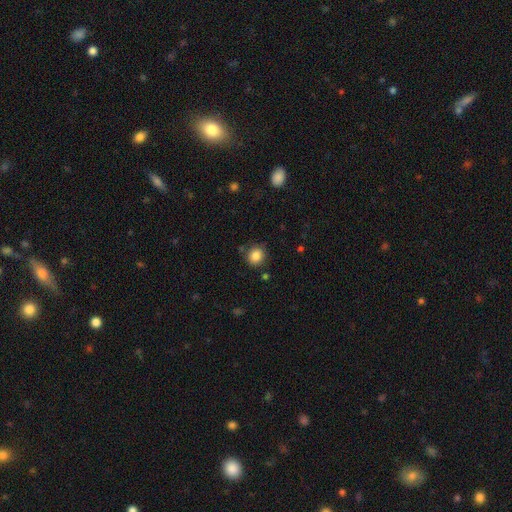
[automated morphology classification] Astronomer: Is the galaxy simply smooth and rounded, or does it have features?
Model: smooth — 85%.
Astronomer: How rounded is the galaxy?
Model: round — 88%.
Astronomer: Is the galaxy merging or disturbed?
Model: none — 82%.